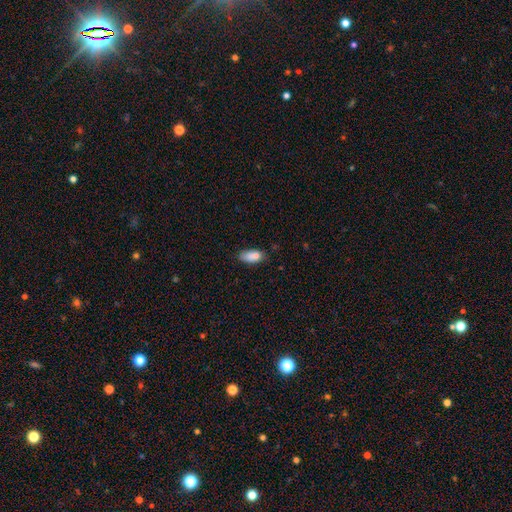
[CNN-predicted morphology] Smooth or featured? smooth (82%)
How rounded? in between (88%)
Merging? none (62%)